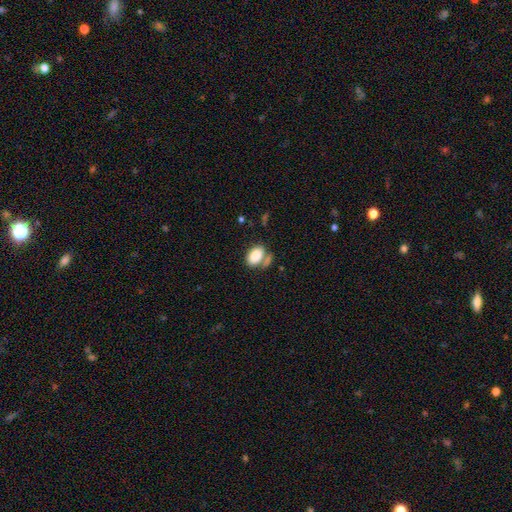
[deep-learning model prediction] Smooth or featured?
  - smooth: 83% *
  - featured or disk: 9%
  - star or artifact: 8%
How rounded?
  - in between: 87% *
  - round: 12%
  - cigar-shaped: 2%
Merging?
  - none: 51% *
  - merger: 24%
  - minor disturbance: 17%
  - major disturbance: 8%